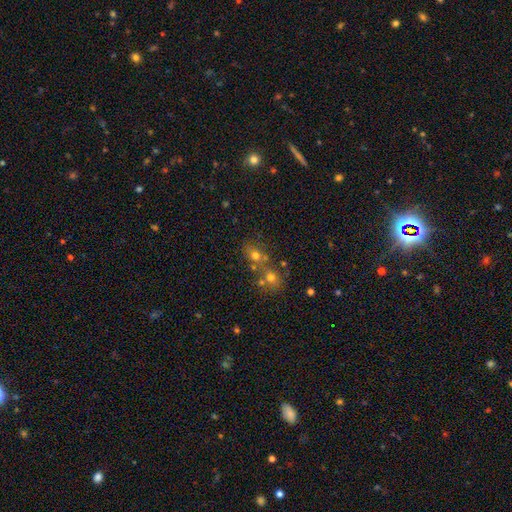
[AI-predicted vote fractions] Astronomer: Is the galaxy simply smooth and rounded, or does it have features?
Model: smooth — 62%.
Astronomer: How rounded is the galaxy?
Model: round — 67%.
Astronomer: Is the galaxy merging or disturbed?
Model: merger — 47% (runner-up: none, 39%).